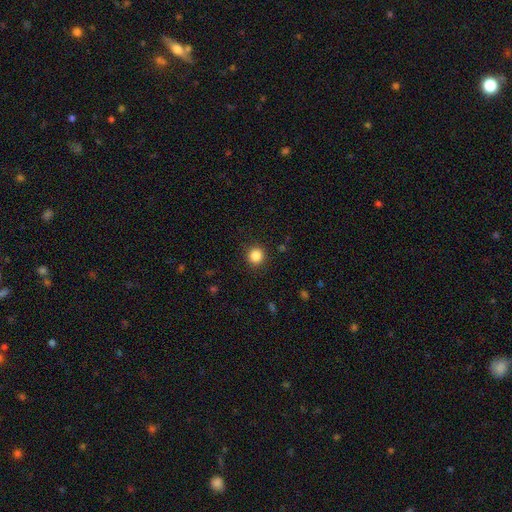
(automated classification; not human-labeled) Smooth or featured: smooth — 85% (star or artifact — 11%)
How rounded: round — 93% (in between — 6%)
Merging: none — 91% (minor disturbance — 6%)